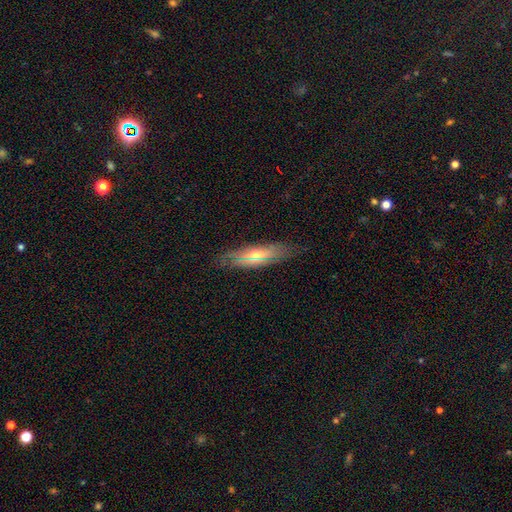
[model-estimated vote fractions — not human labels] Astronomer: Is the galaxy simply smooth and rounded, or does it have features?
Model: featured or disk — 56% (runner-up: smooth, 37%).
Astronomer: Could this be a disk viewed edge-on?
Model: yes — 60% (runner-up: no, 40%).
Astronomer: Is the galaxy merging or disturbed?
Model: none — 78%.